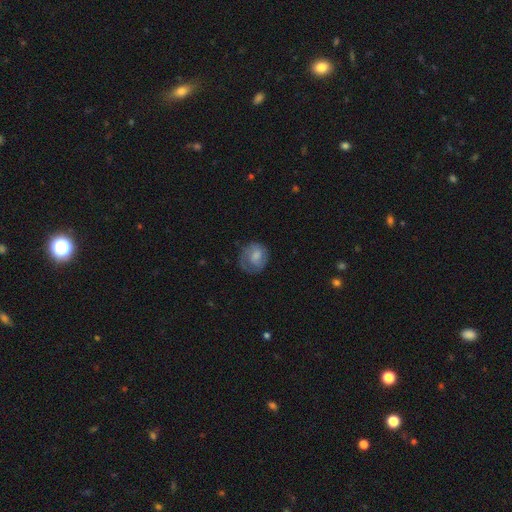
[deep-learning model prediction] A smooth galaxy with no disk features (55%) that is round (71%).

Vote fractions:
- Smooth or featured? smooth: 55% / featured or disk: 37% / star or artifact: 7%
- How rounded? round: 71% / in between: 28% / cigar-shaped: 1%
- Merging? none: 55% / minor disturbance: 25% / major disturbance: 18% / merger: 1%